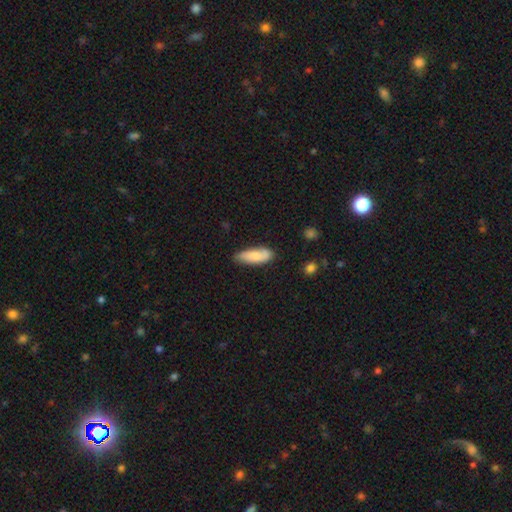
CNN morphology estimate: This appears to be a smooth galaxy with no disk features (70%) that is in between round and cigar-shaped (68%). Merging: none (66%).